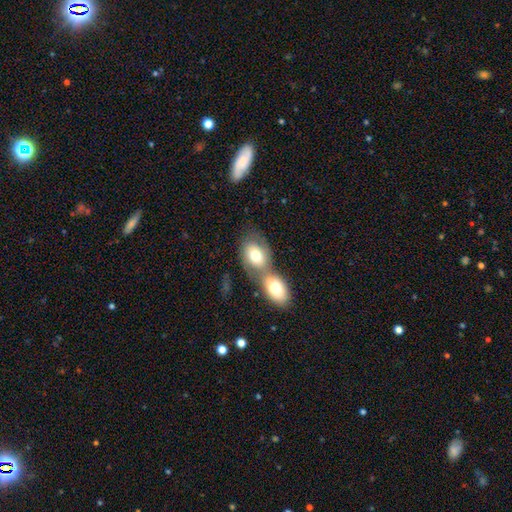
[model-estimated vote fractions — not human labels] Smooth or featured: smooth — 70% (featured or disk — 23%)
How rounded: in between — 73% (round — 26%)
Merging: merger — 63% (none — 24%)